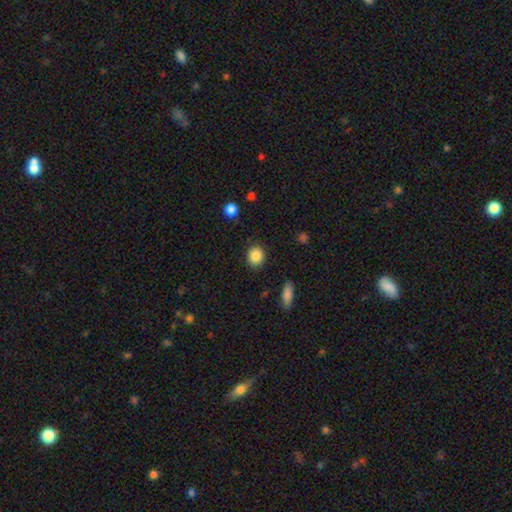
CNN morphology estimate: This is clearly a smooth galaxy (86%). How rounded: likely round (74%). Merging: clearly none (88%).